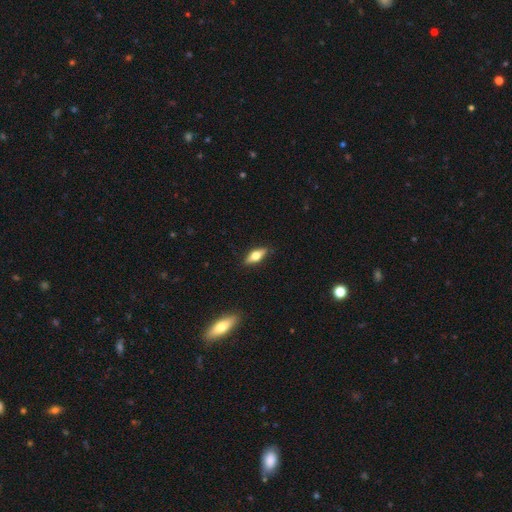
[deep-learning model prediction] A smooth galaxy with no disk features (49%). Merging: none (87%).